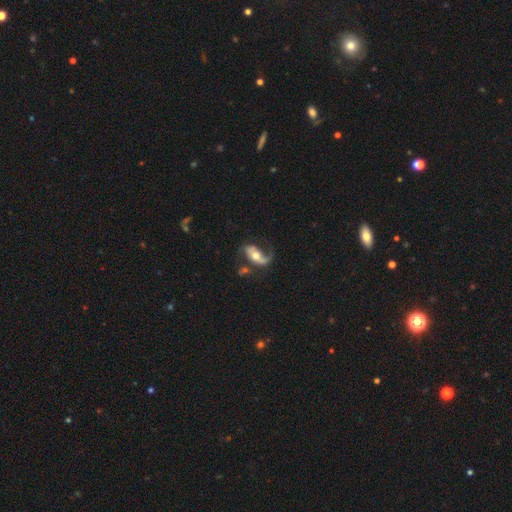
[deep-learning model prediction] A featured or disk galaxy (74%) with no bar (51%), 2 (64%) loose (62%) spiral arms (87%) and a moderate central bulge (71%).

Vote fractions:
- Smooth or featured? featured or disk: 74% / smooth: 20% / star or artifact: 6%
- Edge-on disk? no: 93% / yes: 7%
- Bar? no: 51% / weak: 27% / strong: 23%
- Spiral arms? yes: 87% / no: 13%
- Spiral winding? loose: 62% / medium: 28% / tight: 10%
- Spiral arm count? 2: 64% / 1: 30% / can't tell: 4% / 3: 1% / 4: 1% / more than 4: 1%
- Bulge size? moderate: 71% / small: 16% / large: 10% / dominant: 1% / none: 1%
- Merging? none: 46% / major disturbance: 25% / minor disturbance: 22% / merger: 6%